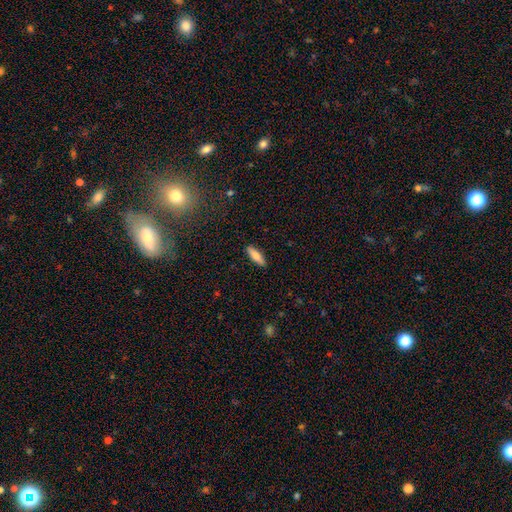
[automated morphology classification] type=smooth (80%); roundness=cigar-shaped (54%); merging=none (88%).